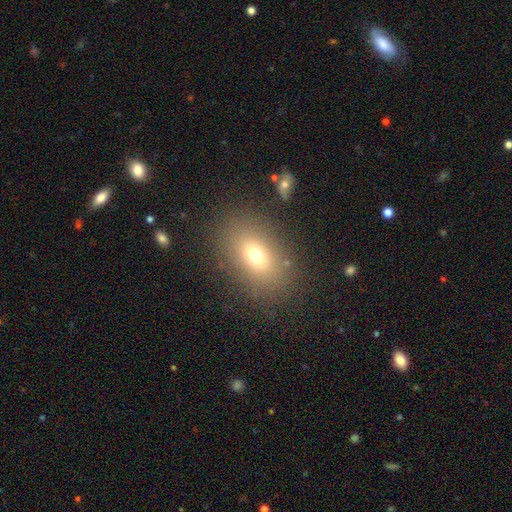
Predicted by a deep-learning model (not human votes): The model was most divided on "smooth or featured": smooth: 70%, featured or disk: 15%, star or artifact: 15%. More confident: merging — none (82%); how rounded — in between (78%).